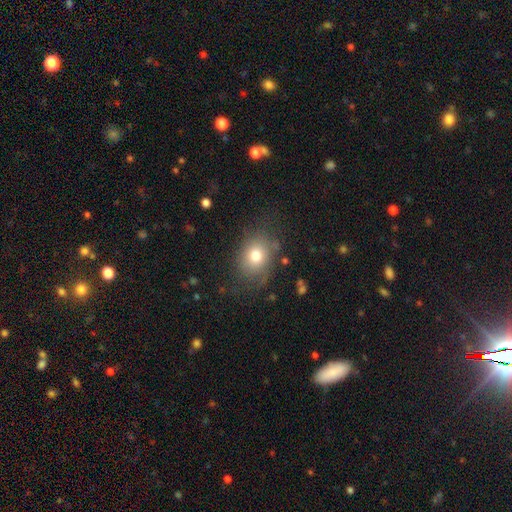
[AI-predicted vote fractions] Morphology: type=smooth (75%); roundness=round (51%); merging=none (72%).